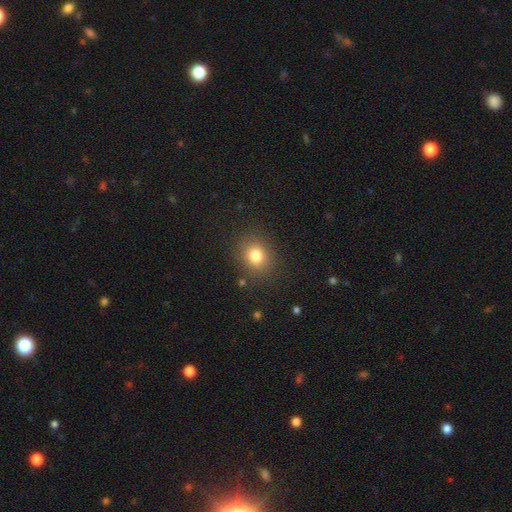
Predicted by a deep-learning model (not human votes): Smooth or featured?
  - smooth: 80% *
  - star or artifact: 12%
  - featured or disk: 7%
How rounded?
  - round: 69% *
  - in between: 30%
  - cigar-shaped: 1%
Merging?
  - none: 86% *
  - minor disturbance: 9%
  - major disturbance: 3%
  - merger: 2%